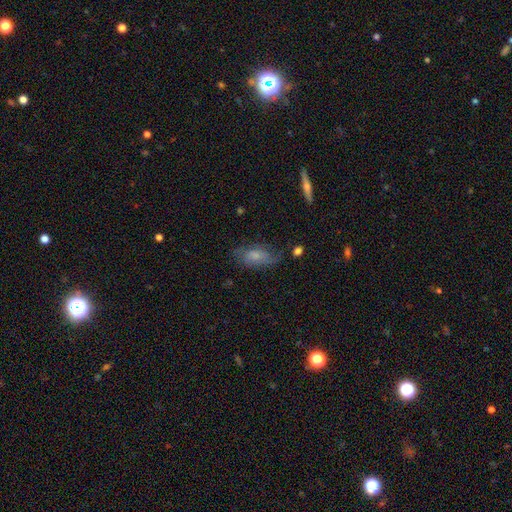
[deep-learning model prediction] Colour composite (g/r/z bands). It shows a smooth galaxy with no disk features (51%) that is in between round and cigar-shaped (86%). Merging: none (58%).